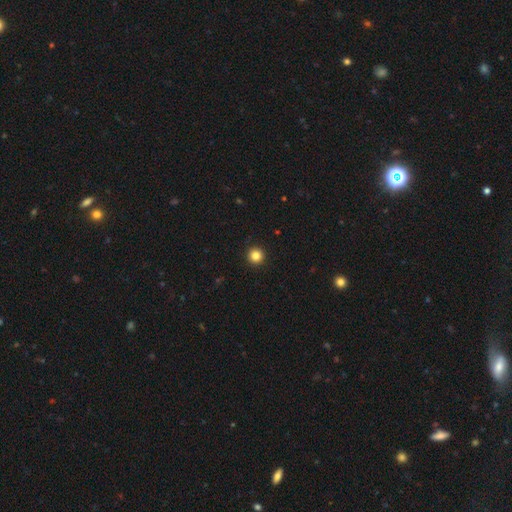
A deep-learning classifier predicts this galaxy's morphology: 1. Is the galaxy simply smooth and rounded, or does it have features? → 84% smooth, 12% star or artifact, 4% featured or disk.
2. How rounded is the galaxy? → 96% round, 3% in between, 1% cigar-shaped.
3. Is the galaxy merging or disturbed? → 94% none, 4% minor disturbance, 1% major disturbance, 1% merger.